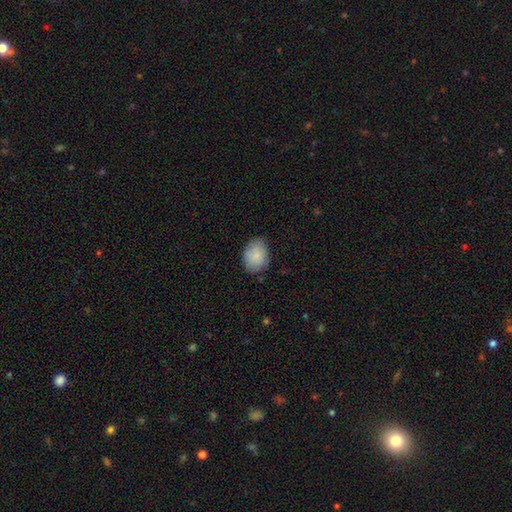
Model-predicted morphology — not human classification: A smooth galaxy with no disk features (88%) that is in between round and cigar-shaped (70%).

Vote fractions:
- Smooth or featured? smooth: 88% / star or artifact: 6% / featured or disk: 6%
- How rounded? in between: 70% / round: 29% / cigar-shaped: 1%
- Merging? none: 79% / minor disturbance: 17% / major disturbance: 3% / merger: 1%